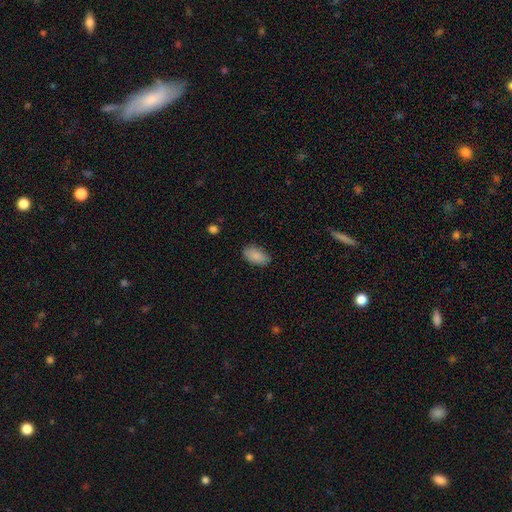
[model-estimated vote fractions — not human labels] smooth-or-featured: smooth: 88% | star or artifact: 7% | featured or disk: 5%
  how-rounded: in between: 93% | cigar-shaped: 4% | round: 3%
  merging: none: 82% | minor disturbance: 14% | major disturbance: 3% | merger: 1%